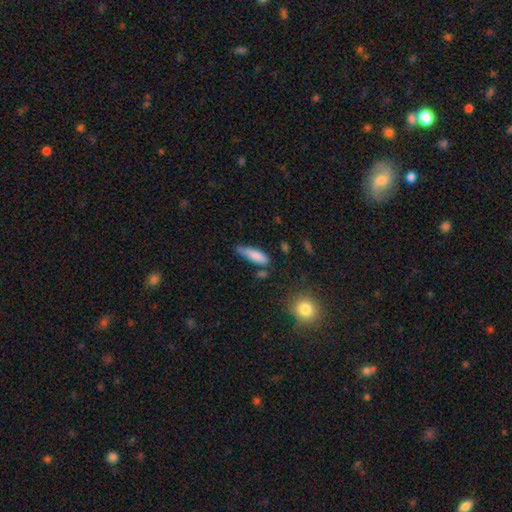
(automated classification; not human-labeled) smooth 81%, featured or disk 11%, star or artifact 7%. Down the decision tree: how rounded — cigar-shaped (54%); merging — none (49%).